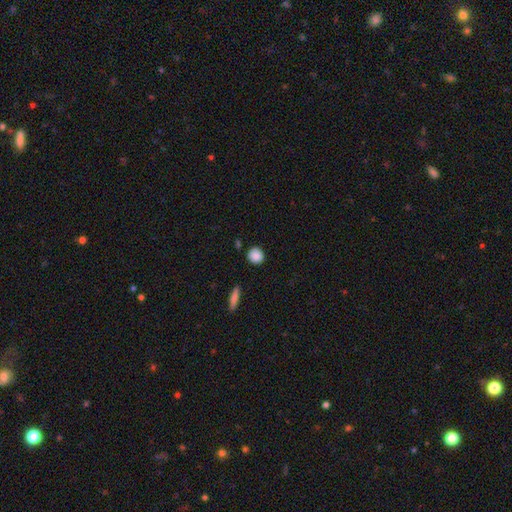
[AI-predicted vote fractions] Overall: smooth (88%). How rounded: round (89%). Merging: none (88%).